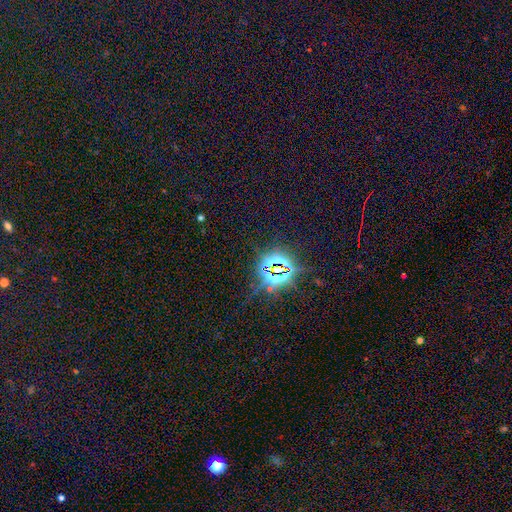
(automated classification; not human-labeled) The model was most divided on "smooth or featured": star or artifact: 83%, smooth: 11%, featured or disk: 6%.